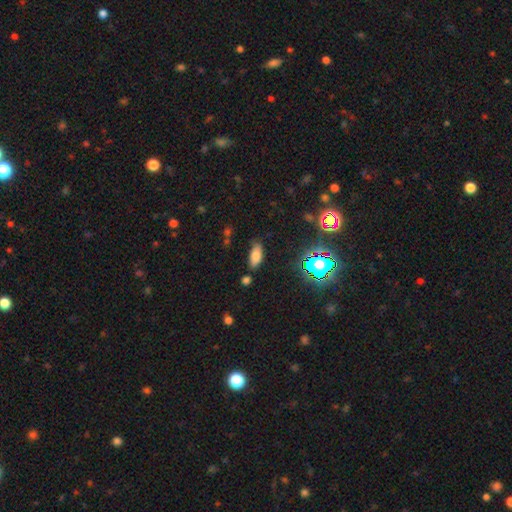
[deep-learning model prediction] Smooth or featured?
  - smooth: 73% *
  - star or artifact: 16%
  - featured or disk: 11%
How rounded?
  - in between: 84% *
  - cigar-shaped: 13%
  - round: 3%
Merging?
  - none: 75% *
  - minor disturbance: 16%
  - merger: 5%
  - major disturbance: 4%